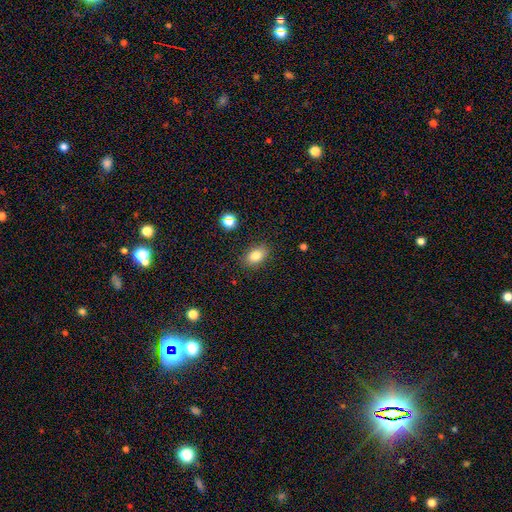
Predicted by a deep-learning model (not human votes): smooth 80%, star or artifact 11%, featured or disk 9%. Down the decision tree: how rounded — in between (80%); merging — none (84%).